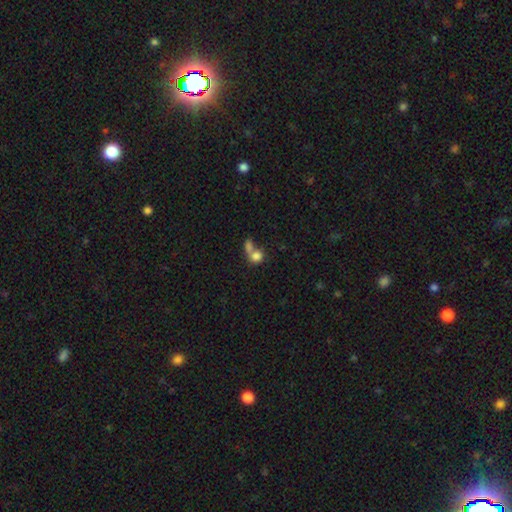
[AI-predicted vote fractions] Smooth or featured? smooth (78%)
How rounded? round (62%)
Merging? merger (59%)